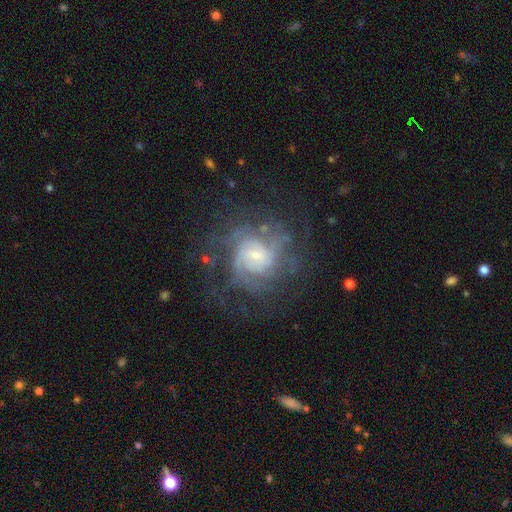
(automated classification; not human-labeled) Smooth or featured?
  - featured or disk: 82% *
  - smooth: 10%
  - star or artifact: 8%
Edge-on disk?
  - no: 98% *
  - yes: 2%
Bar?
  - no: 45% * (tied)
  - weak: 45% * (tied)
  - strong: 10%
Spiral arms?
  - yes: 92% *
  - no: 8%
Spiral winding?
  - tight: 53% *
  - medium: 36%
  - loose: 12%
Spiral arm count?
  - can't tell: 42% *
  - 2: 17%
  - 3: 15%
  - 4: 13%
  - more than 4: 7%
  - 1: 6%
Bulge size?
  - small: 58% *
  - moderate: 30%
  - large: 6%
  - none: 5%
  - dominant: 1%
Merging?
  - none: 63% *
  - major disturbance: 18%
  - minor disturbance: 17%
  - merger: 2%